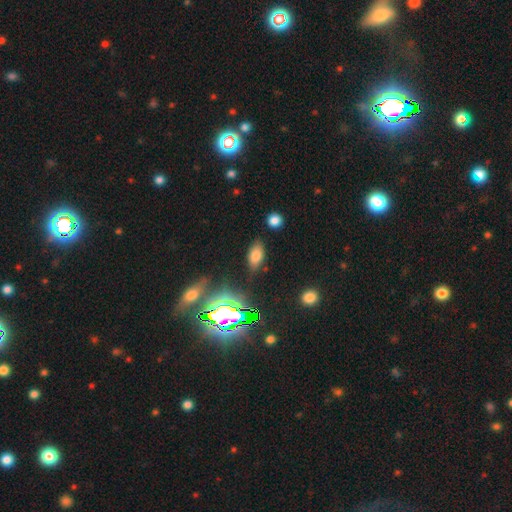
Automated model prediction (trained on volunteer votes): Overall: smooth (72%). How rounded: in between (89%). Merging: none (80%).